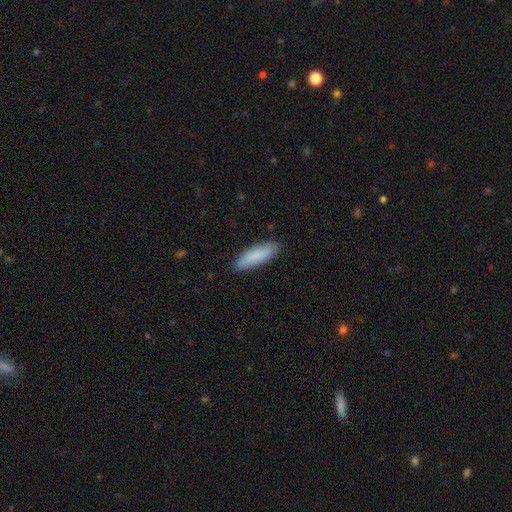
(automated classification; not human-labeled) Smooth or featured?
  - smooth: 85% *
  - featured or disk: 9%
  - star or artifact: 6%
How rounded?
  - cigar-shaped: 54% *
  - in between: 44%
  - round: 1%
Merging?
  - none: 87% *
  - minor disturbance: 10%
  - major disturbance: 2%
  - merger: 1%